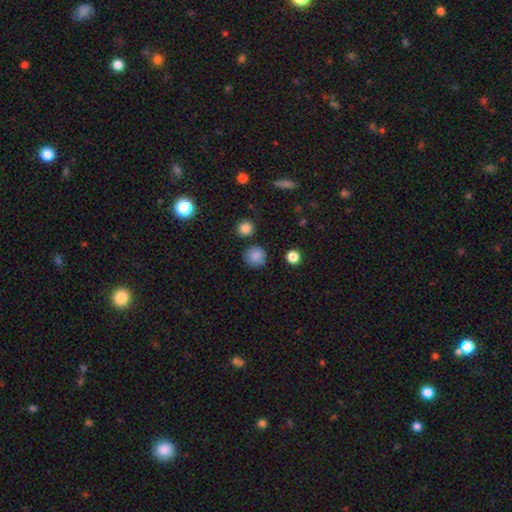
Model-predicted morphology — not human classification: This is clearly a smooth galaxy (84%). How rounded: clearly round (92%). Merging: clearly none (81%).